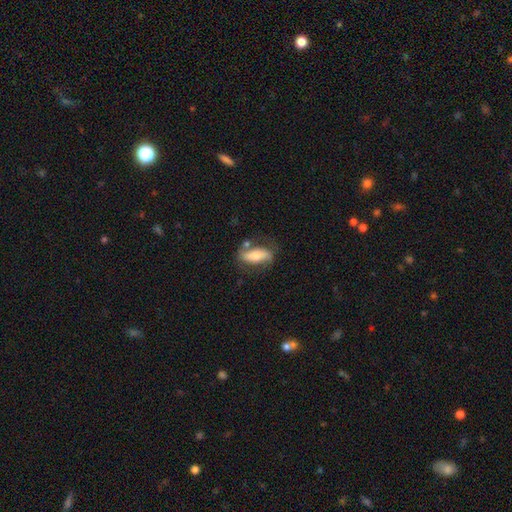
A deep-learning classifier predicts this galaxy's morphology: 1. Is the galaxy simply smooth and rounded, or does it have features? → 48% featured or disk, 46% smooth, 6% star or artifact.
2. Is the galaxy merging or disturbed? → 63% none, 20% minor disturbance, 9% merger, 8% major disturbance.